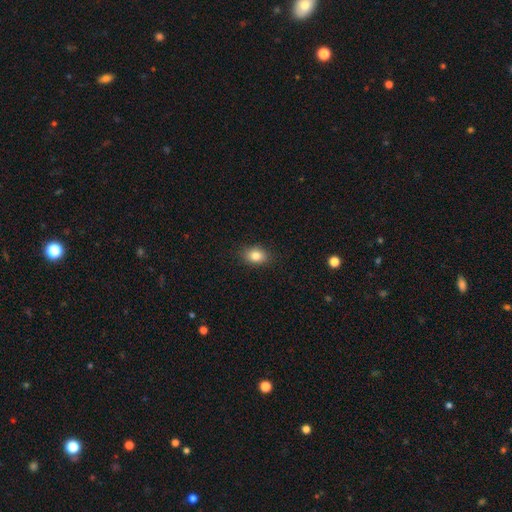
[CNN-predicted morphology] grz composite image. It shows a smooth galaxy with no disk features (83%) that is in between round and cigar-shaped (69%). Merging: none (87%).